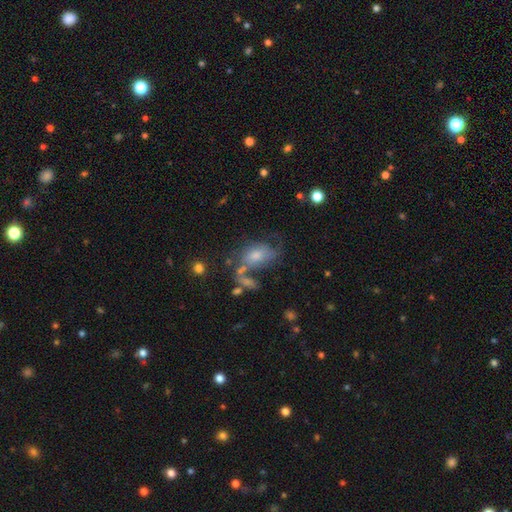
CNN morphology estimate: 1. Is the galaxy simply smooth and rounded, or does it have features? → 48% featured or disk, 37% smooth, 15% star or artifact.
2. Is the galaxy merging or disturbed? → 38% none, 25% major disturbance, 21% minor disturbance, 16% merger.